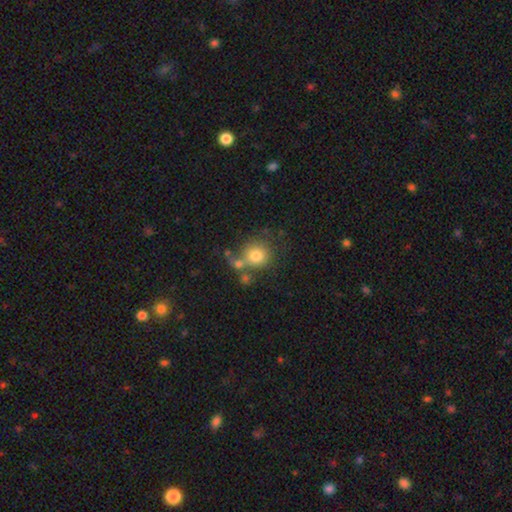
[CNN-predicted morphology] Q: Smooth or featured?
A: smooth (77%); runner-up: featured or disk (13%)
Q: How rounded?
A: round (86%); runner-up: in between (13%)
Q: Merging?
A: none (48%); runner-up: merger (27%)